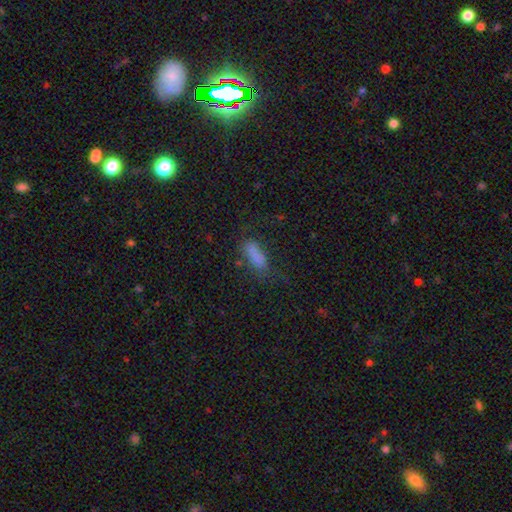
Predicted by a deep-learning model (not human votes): Overall: smooth (77%). How rounded: in between (66%; cigar-shaped 31%). Merging: none (54%; minor disturbance 25%).